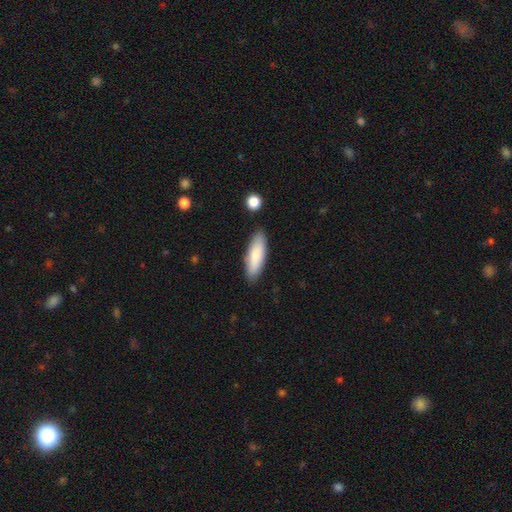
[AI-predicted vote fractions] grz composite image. It shows a smooth galaxy with no disk features (82%) that is in between round and cigar-shaped (50%). Merging: none (85%).